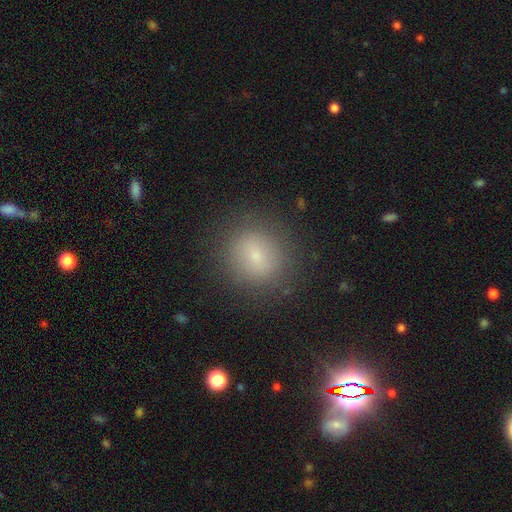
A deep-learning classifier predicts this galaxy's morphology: Smooth or featured?
  - smooth: 75% *
  - star or artifact: 13%
  - featured or disk: 12%
How rounded?
  - round: 82% *
  - in between: 17%
  - cigar-shaped: 1%
Merging?
  - none: 86% *
  - minor disturbance: 9%
  - major disturbance: 4%
  - merger: 1%